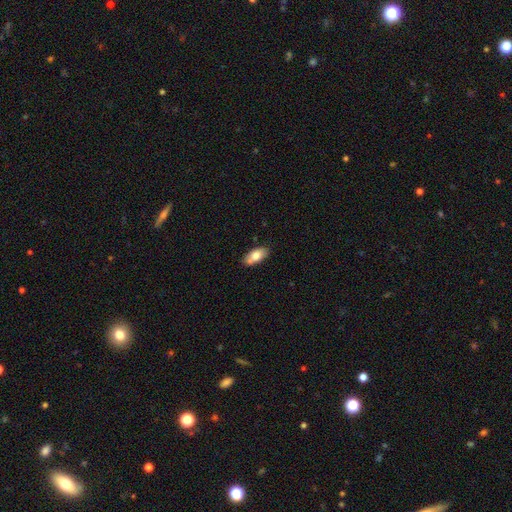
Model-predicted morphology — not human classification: Overall: smooth (75%). How rounded: in between (90%). Merging: none (78%).